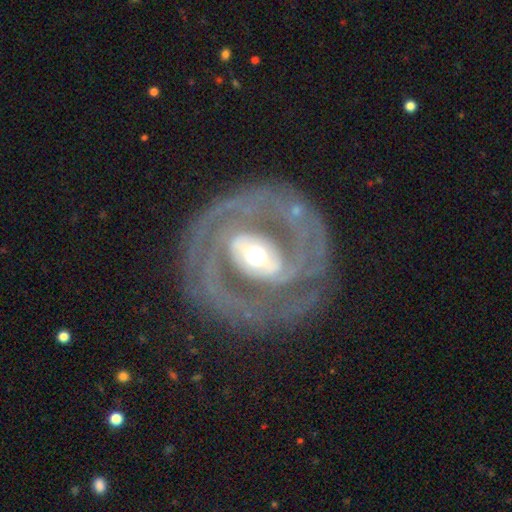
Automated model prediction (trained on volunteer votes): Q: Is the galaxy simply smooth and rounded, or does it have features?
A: featured or disk — 88%.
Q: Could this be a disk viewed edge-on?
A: no — 96%.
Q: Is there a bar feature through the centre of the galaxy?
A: strong — 46%.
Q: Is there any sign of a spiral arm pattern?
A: yes — 90%.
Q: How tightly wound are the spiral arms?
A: tight — 50%.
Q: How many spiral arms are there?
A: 2 — 68%.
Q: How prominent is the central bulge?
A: moderate — 60%.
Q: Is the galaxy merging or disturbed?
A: none — 75%.